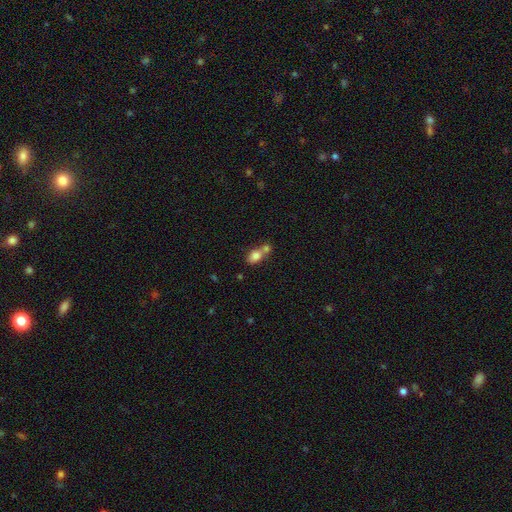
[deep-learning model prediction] A smooth galaxy with no disk features (80%) that is in between round and cigar-shaped (72%).

Vote fractions:
- Smooth or featured? smooth: 80% / featured or disk: 11% / star or artifact: 9%
- How rounded? in between: 72% / round: 26% / cigar-shaped: 2%
- Merging? merger: 52% / none: 35% / minor disturbance: 10% / major disturbance: 4%